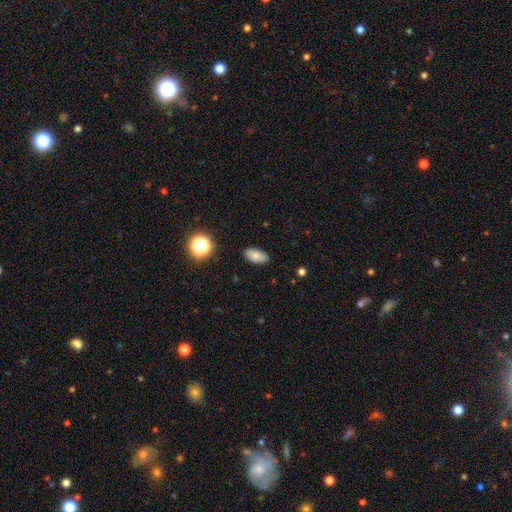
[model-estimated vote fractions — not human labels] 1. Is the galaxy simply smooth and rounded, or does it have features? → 82% smooth, 10% star or artifact, 8% featured or disk.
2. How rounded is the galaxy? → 91% in between, 5% round, 4% cigar-shaped.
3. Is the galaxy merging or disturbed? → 86% none, 10% minor disturbance, 2% major disturbance, 1% merger.